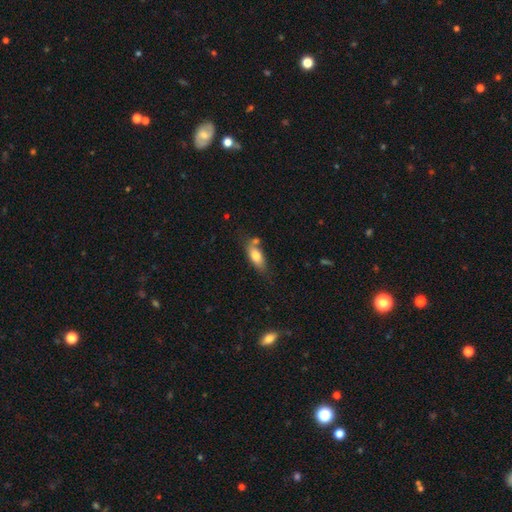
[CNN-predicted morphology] Smooth or featured? smooth (74%)
How rounded? in between (77%)
Merging? none (58%)